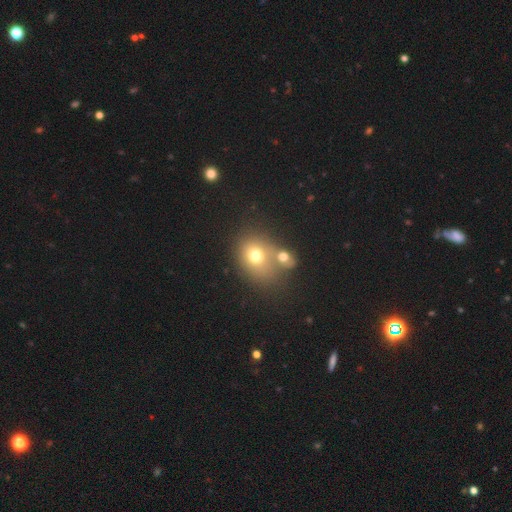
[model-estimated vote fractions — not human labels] A smooth galaxy with no disk features (70%) that is round (57%). Merging: merger (43%).